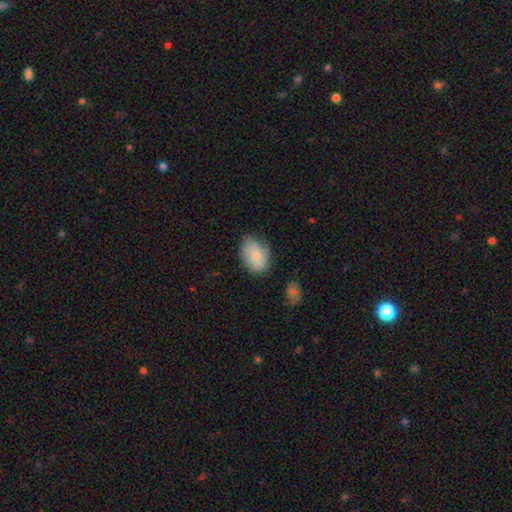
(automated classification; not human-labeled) smooth-or-featured: smooth: 79% | featured or disk: 14% | star or artifact: 7%
  how-rounded: in between: 80% | round: 19% | cigar-shaped: 1%
  merging: none: 58% | minor disturbance: 32% | major disturbance: 7% | merger: 3%